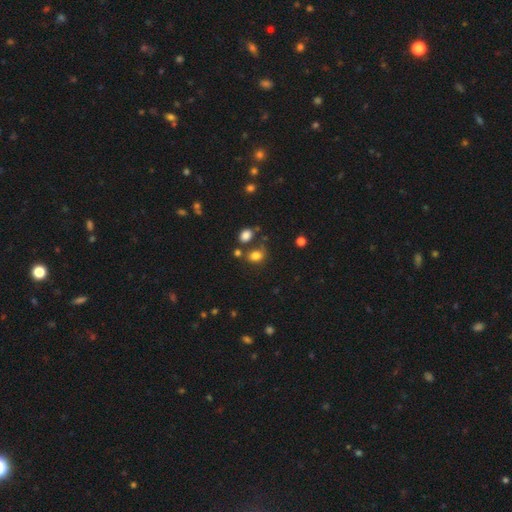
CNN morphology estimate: Smooth or featured?
  - smooth: 79% *
  - star or artifact: 14%
  - featured or disk: 7%
How rounded?
  - in between: 61% *
  - round: 38%
  - cigar-shaped: 1%
Merging?
  - none: 62% *
  - merger: 16%
  - minor disturbance: 16%
  - major disturbance: 6%